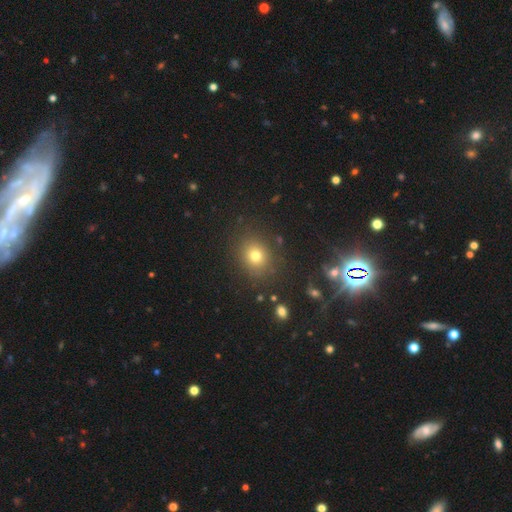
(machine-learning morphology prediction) Smooth or featured?
  - smooth: 75% *
  - star or artifact: 16%
  - featured or disk: 9%
How rounded?
  - round: 73% *
  - in between: 26%
  - cigar-shaped: 1%
Merging?
  - none: 85% *
  - minor disturbance: 9%
  - major disturbance: 4%
  - merger: 2%